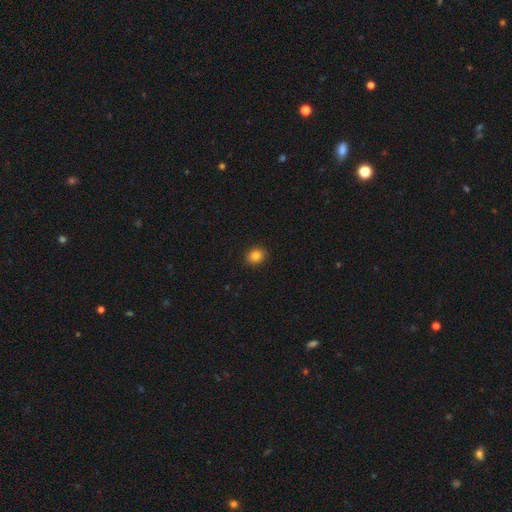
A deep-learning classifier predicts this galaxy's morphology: Smooth or featured: smooth — 83% (star or artifact — 11%)
How rounded: round — 61% (in between — 38%)
Merging: none — 91% (minor disturbance — 6%)